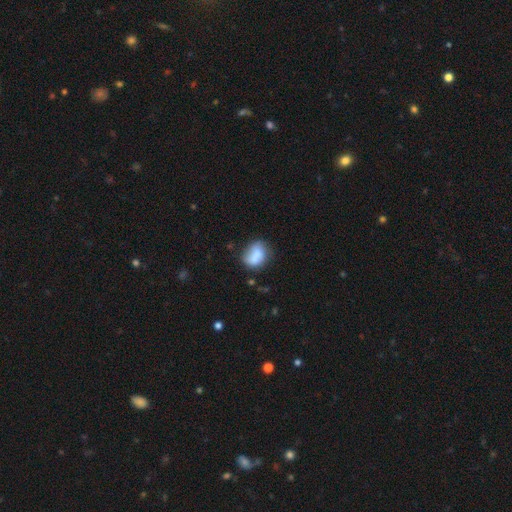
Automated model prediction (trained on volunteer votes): Overall: smooth (77%). How rounded: in between (61%; round 37%). Merging: none (49%; minor disturbance 29%).